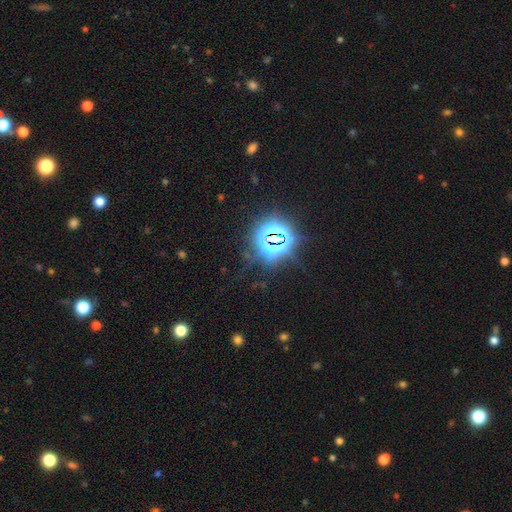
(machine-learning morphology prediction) The model was most divided on "smooth or featured": star or artifact: 82%, smooth: 12%, featured or disk: 7%.